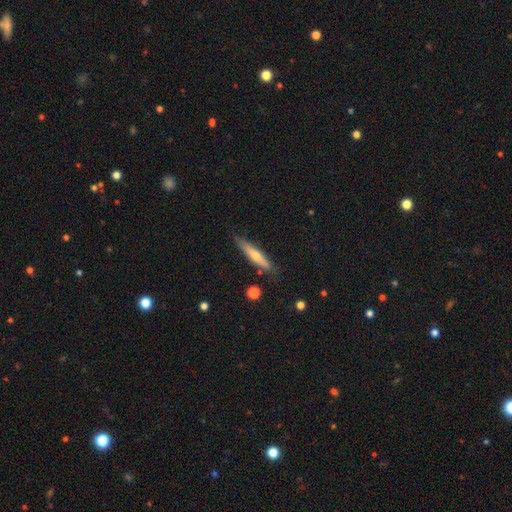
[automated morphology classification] Smooth or featured? featured or disk (53%)
Edge-on disk? yes (91%)
Merging? none (83%)